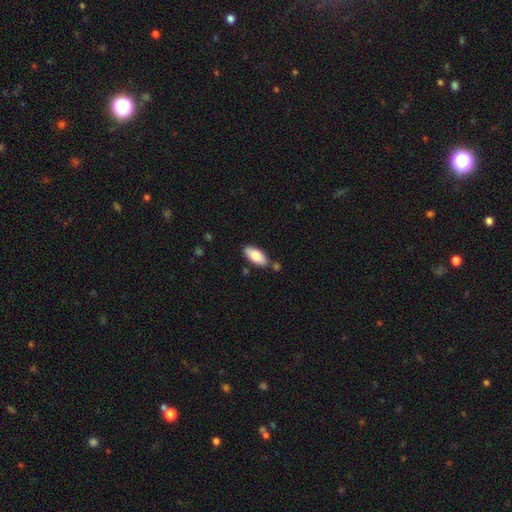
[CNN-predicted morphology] smooth_or_featured: smooth (p=0.82) [alt: featured or disk p=0.12]
how_rounded: in between (p=0.88) [alt: cigar-shaped p=0.10]
merging: none (p=0.78) [alt: minor disturbance p=0.13]